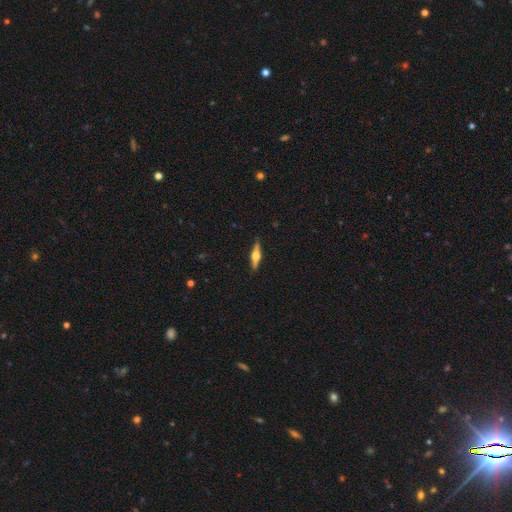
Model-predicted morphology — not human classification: A featured or disk galaxy (72%) viewed edge-on (97%) with a rounded central bulge (94%).

Vote fractions:
- Smooth or featured? featured or disk: 72% / smooth: 22% / star or artifact: 6%
- Edge-on disk? yes: 97% / no: 3%
- Edge-on bulge? rounded: 94% / boxy: 5% / none: 2%
- Merging? none: 89% / minor disturbance: 8% / major disturbance: 2% / merger: 1%